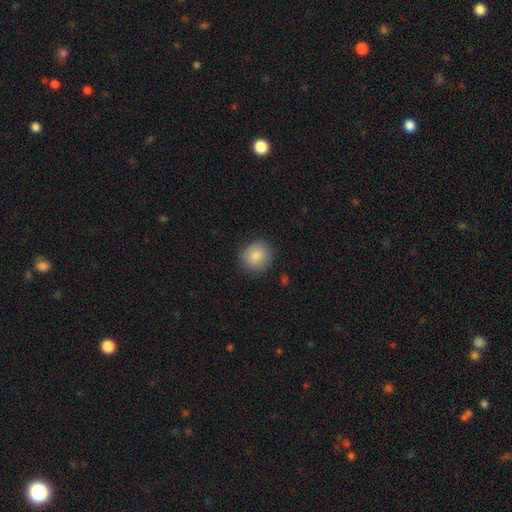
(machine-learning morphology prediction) Smooth or featured: smooth — 85% (star or artifact — 8%)
How rounded: round — 85% (in between — 14%)
Merging: none — 85% (minor disturbance — 11%)